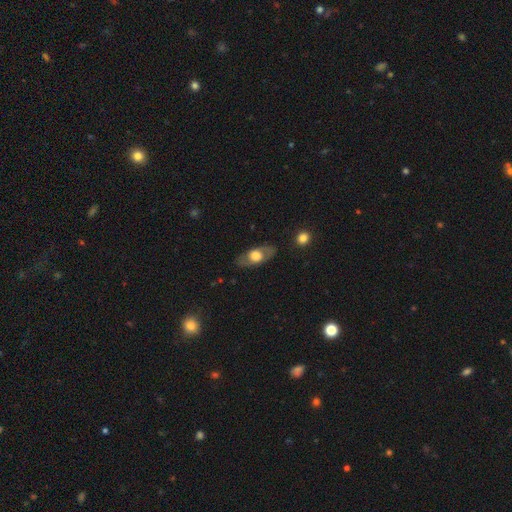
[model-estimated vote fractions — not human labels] Smooth or featured? smooth (48%)
Merging? none (81%)